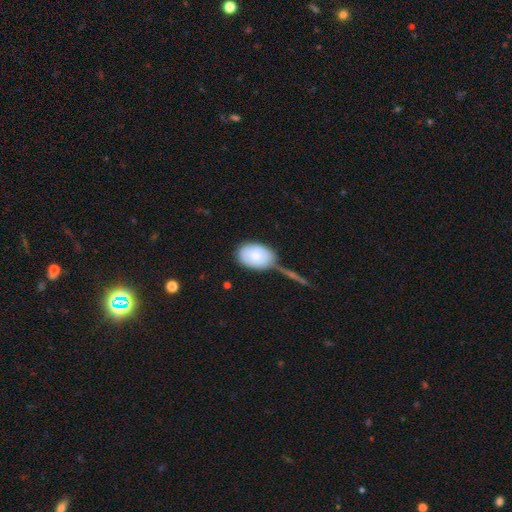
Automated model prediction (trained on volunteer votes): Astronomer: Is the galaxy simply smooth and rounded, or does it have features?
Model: smooth — 80%.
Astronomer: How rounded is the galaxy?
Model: in between — 85%.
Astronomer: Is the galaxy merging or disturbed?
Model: none — 56%.